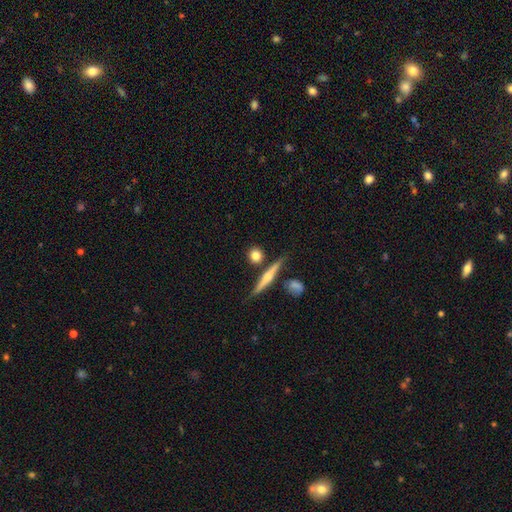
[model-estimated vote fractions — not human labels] This is likely a smooth galaxy (70%). How rounded: likely round (80%). Merging: likely none (77%).